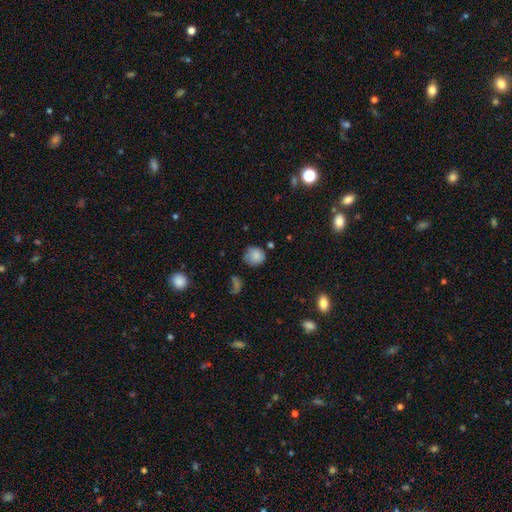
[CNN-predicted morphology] A smooth galaxy with no disk features (82%) that is round (82%).

Vote fractions:
- Smooth or featured? smooth: 82% / star or artifact: 10% / featured or disk: 8%
- How rounded? round: 82% / in between: 17% / cigar-shaped: 1%
- Merging? none: 64% / minor disturbance: 25% / major disturbance: 7% / merger: 4%